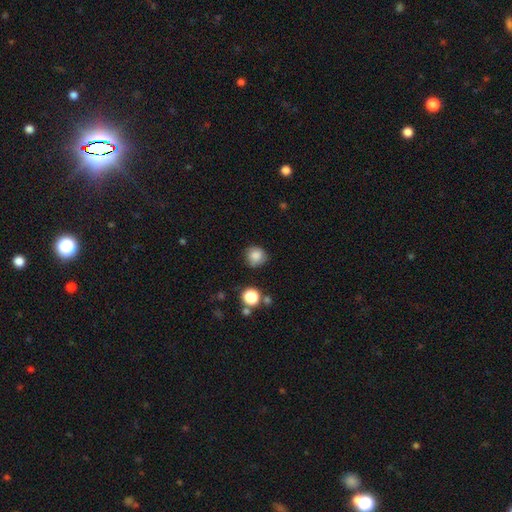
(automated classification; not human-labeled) The model was most divided on "merging": none: 80%, minor disturbance: 14%, major disturbance: 3%, merger: 3%. More confident: how rounded — round (90%); smooth or featured — smooth (85%).